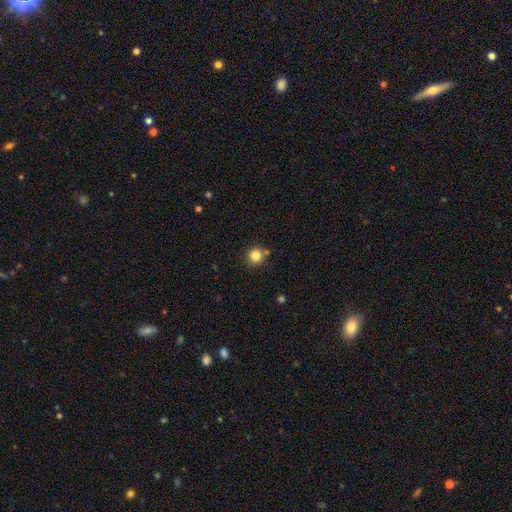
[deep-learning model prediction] Smooth or featured? smooth (82%)
How rounded? round (93%)
Merging? none (80%)